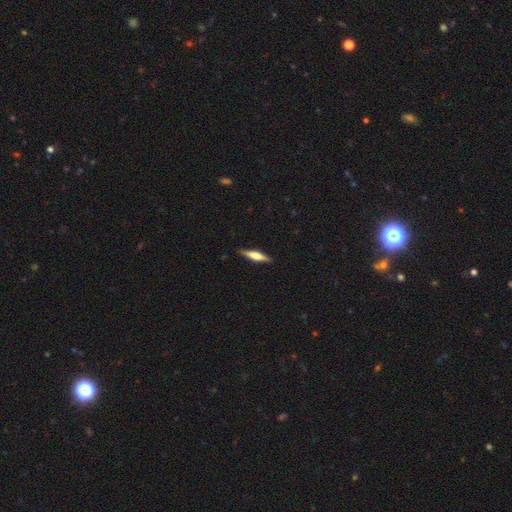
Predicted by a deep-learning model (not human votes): This is possibly a featured or disk galaxy (55%). It is clearly viewed edge-on (96%). Edge-on bulge: likely rounded (71%). Merging: clearly none (88%).